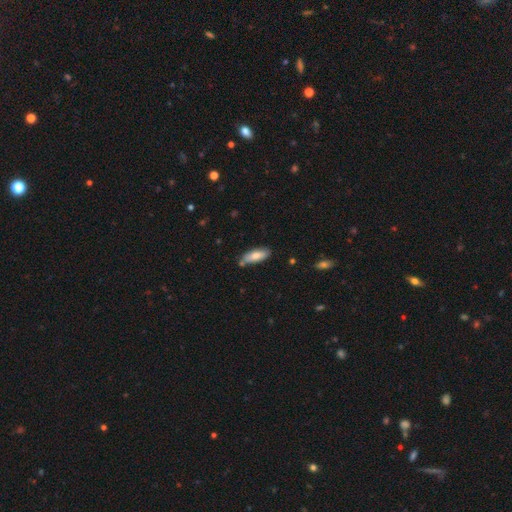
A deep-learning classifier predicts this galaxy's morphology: A smooth galaxy with no disk features (75%) that is in between round and cigar-shaped (67%). Merging: none (74%).